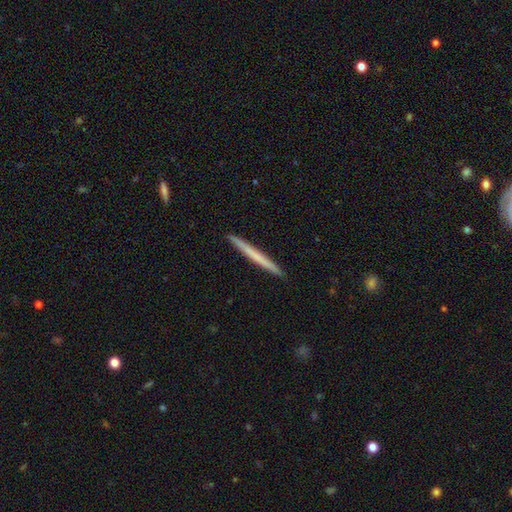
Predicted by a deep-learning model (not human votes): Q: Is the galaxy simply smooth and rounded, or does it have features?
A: smooth — 55%.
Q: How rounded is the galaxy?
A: cigar-shaped — 97%.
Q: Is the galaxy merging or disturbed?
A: none — 93%.